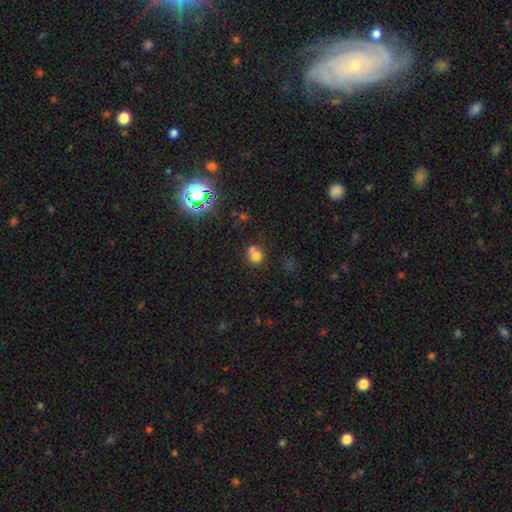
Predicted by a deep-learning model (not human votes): A smooth galaxy with no disk features (70%) that is round (81%).

Vote fractions:
- Smooth or featured? smooth: 70% / star or artifact: 16% / featured or disk: 14%
- How rounded? round: 81% / in between: 18% / cigar-shaped: 1%
- Merging? merger: 50% / none: 39% / minor disturbance: 8% / major disturbance: 4%